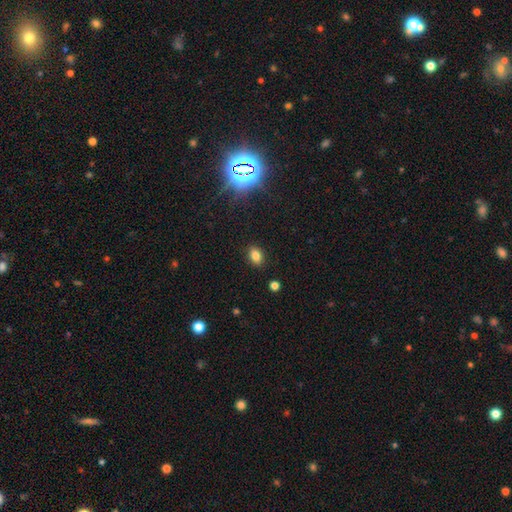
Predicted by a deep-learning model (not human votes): Morphology: type=smooth (80%); roundness=in between (77%); merging=none (88%).